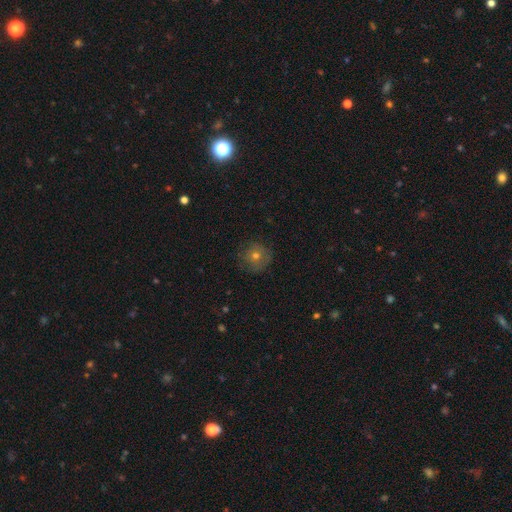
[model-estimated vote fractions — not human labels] Smooth or featured? smooth (60%)
How rounded? round (94%)
Merging? none (81%)